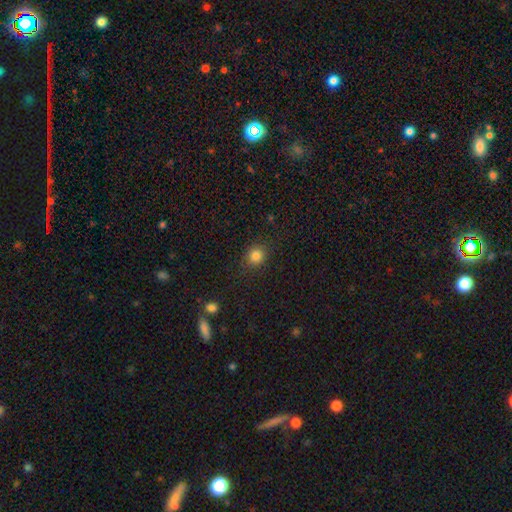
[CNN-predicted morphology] Smooth or featured? smooth (83%)
How rounded? round (76%)
Merging? none (84%)